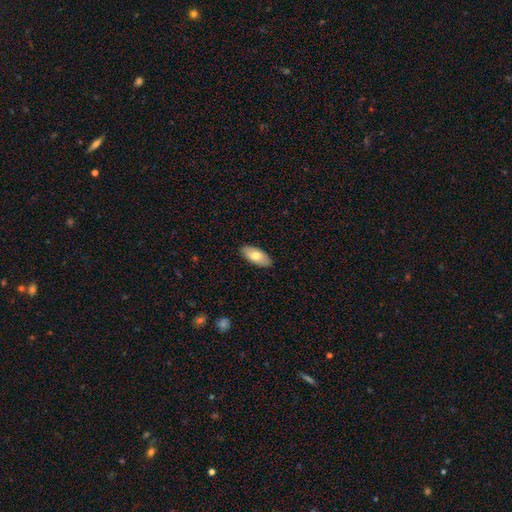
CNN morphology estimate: smooth-or-featured: smooth: 73% | featured or disk: 22% | star or artifact: 6%
  how-rounded: in between: 90% | cigar-shaped: 8% | round: 2%
  merging: none: 89% | minor disturbance: 9% | major disturbance: 2% | merger: 1%